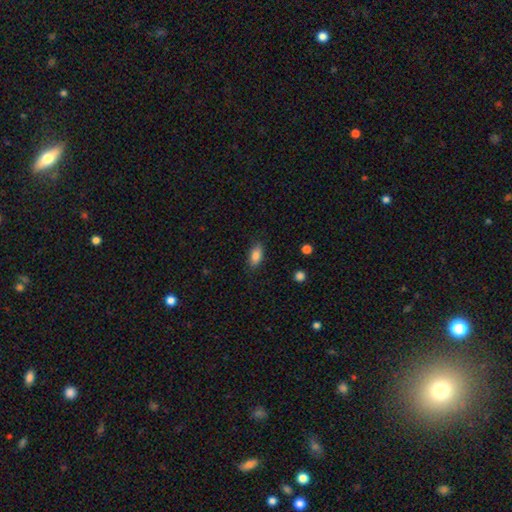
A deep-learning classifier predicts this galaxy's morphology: A smooth galaxy with no disk features (84%) that is in between round and cigar-shaped (86%).

Vote fractions:
- Smooth or featured? smooth: 84% / featured or disk: 9% / star or artifact: 8%
- How rounded? in between: 86% / cigar-shaped: 9% / round: 5%
- Merging? none: 83% / minor disturbance: 13% / major disturbance: 3% / merger: 1%